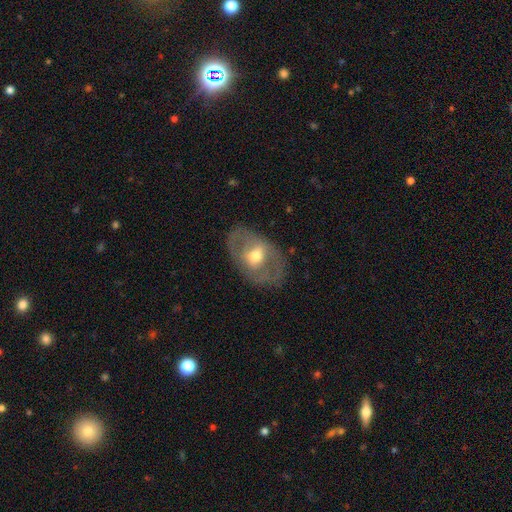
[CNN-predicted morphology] smooth_or_featured: featured or disk (p=0.65) [alt: smooth p=0.29]
disk_edge_on: no (p=0.91) [alt: yes p=0.09]
bar: weak (p=0.40) [alt: no p=0.35]
has_spiral_arms: no (p=0.57) [alt: yes p=0.43]
bulge_size: moderate (p=0.68) [alt: small p=0.19]
merging: none (p=0.76) [alt: minor disturbance p=0.15]